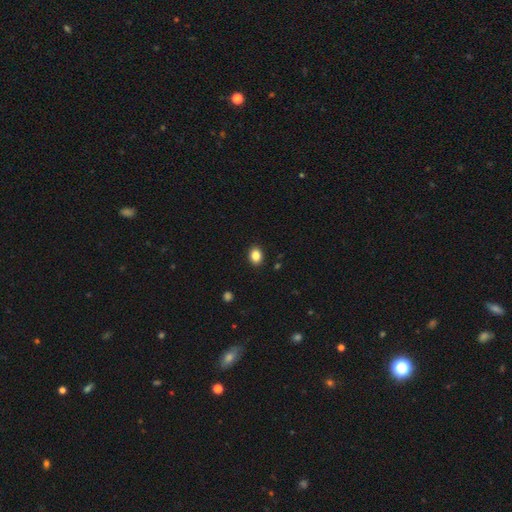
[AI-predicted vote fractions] Q: Smooth or featured?
A: smooth (86%); runner-up: star or artifact (9%)
Q: How rounded?
A: in between (58%); runner-up: round (41%)
Q: Merging?
A: none (91%); runner-up: minor disturbance (6%)